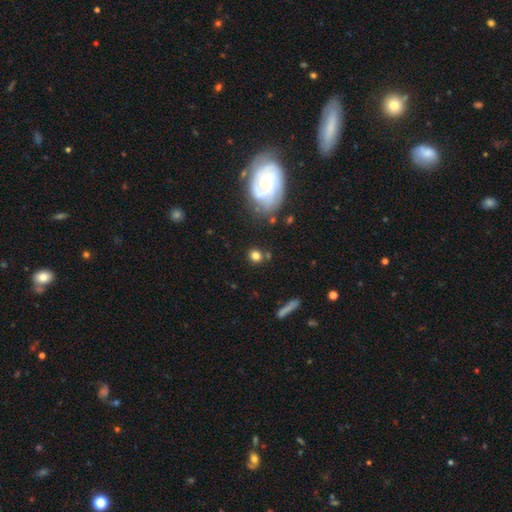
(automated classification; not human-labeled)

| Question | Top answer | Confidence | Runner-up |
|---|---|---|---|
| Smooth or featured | smooth | 76% | star or artifact (13%) |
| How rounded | round | 80% | in between (18%) |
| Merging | none | 78% | minor disturbance (11%) |